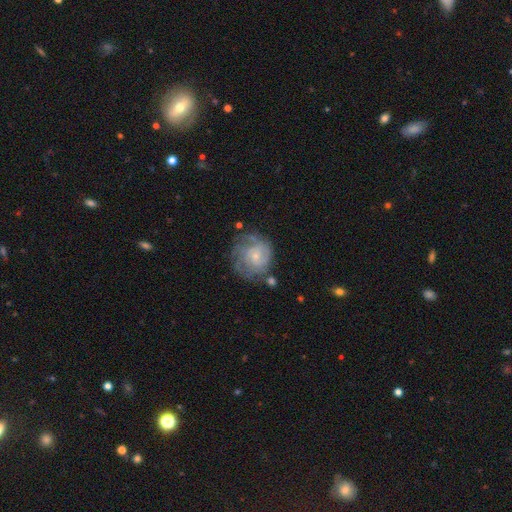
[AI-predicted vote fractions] This is likely a featured or disk galaxy (75%). It is clearly not viewed edge-on (98%). Bar: likely no (69%). Spiral arm pattern: clearly yes (90%). Spiral arm count: marginally can't tell (39%). Spiral winding: possibly tight (59%). Central bulge: likely small (69%). Merging: possibly none (59%).